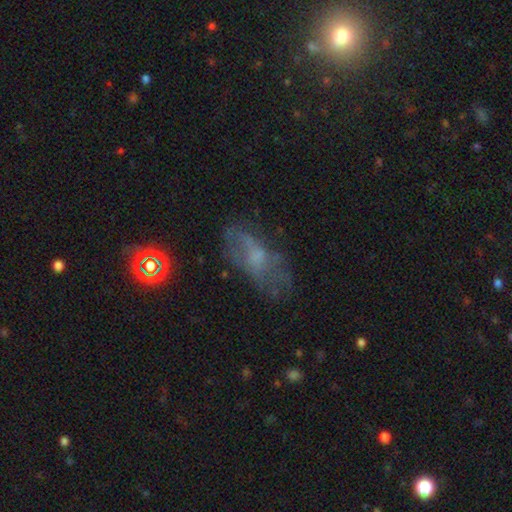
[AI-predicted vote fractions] featured or disk 45%, smooth 39%, star or artifact 17%. Down the decision tree: merging — none (58%).